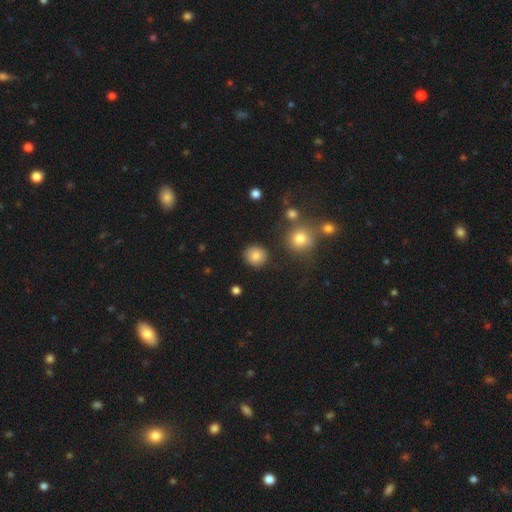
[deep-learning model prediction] Smooth or featured? Predicted: smooth (p=0.83). How rounded? Predicted: round (p=0.88). Merging? Predicted: none (p=0.89).